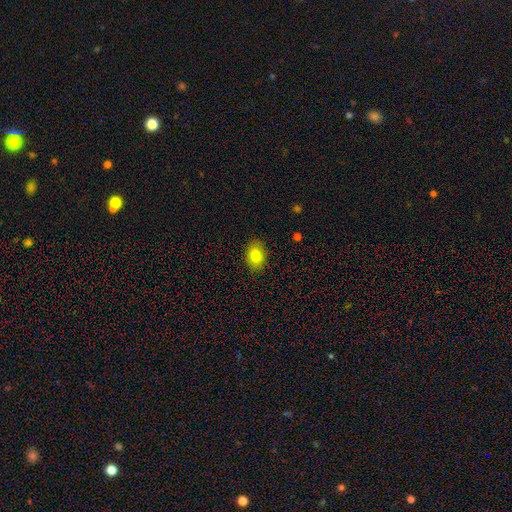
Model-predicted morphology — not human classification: Smooth or featured: smooth — 80% (featured or disk — 11%)
How rounded: in between — 74% (round — 25%)
Merging: none — 87% (minor disturbance — 10%)